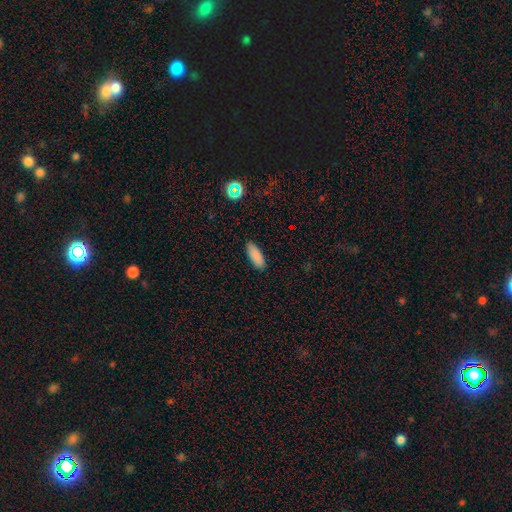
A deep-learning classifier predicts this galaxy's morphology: smooth_or_featured: smooth (p=0.88) [alt: star or artifact p=0.07]
how_rounded: in between (p=0.69) [alt: cigar-shaped p=0.29]
merging: none (p=0.86) [alt: minor disturbance p=0.11]